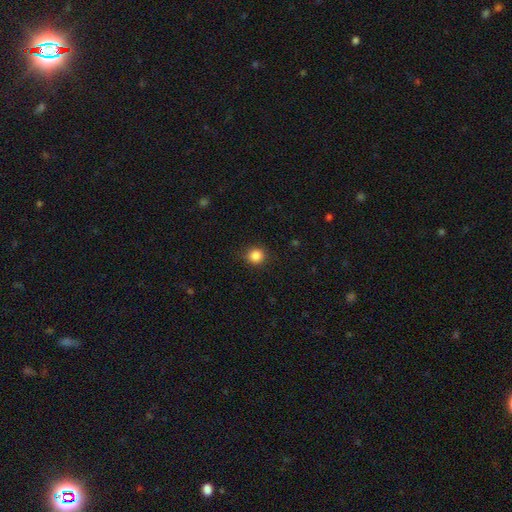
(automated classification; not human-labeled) A smooth galaxy with no disk features (86%) that is round (89%). Merging: none (89%).